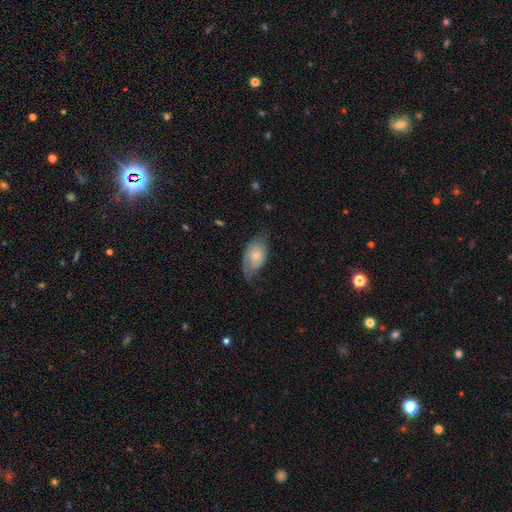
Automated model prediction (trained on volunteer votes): A smooth galaxy with no disk features (51%) that is in between round and cigar-shaped (89%). Merging: none (42%).